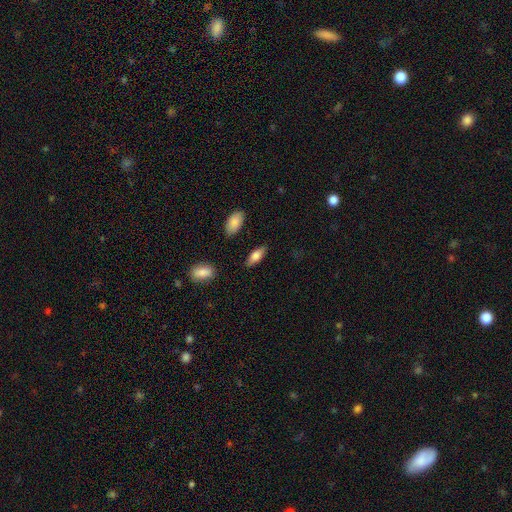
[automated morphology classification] A smooth galaxy with no disk features (75%) that is in between round and cigar-shaped (76%). Merging: none (84%).